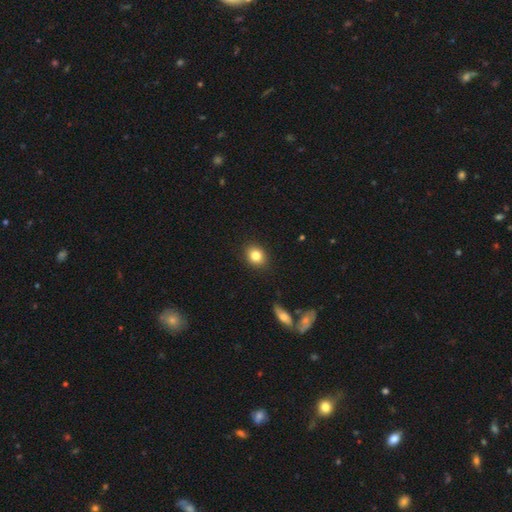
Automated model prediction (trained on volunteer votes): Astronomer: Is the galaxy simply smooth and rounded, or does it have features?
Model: smooth — 82%.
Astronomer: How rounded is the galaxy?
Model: round — 58% (runner-up: in between, 41%).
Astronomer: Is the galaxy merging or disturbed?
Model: none — 89%.